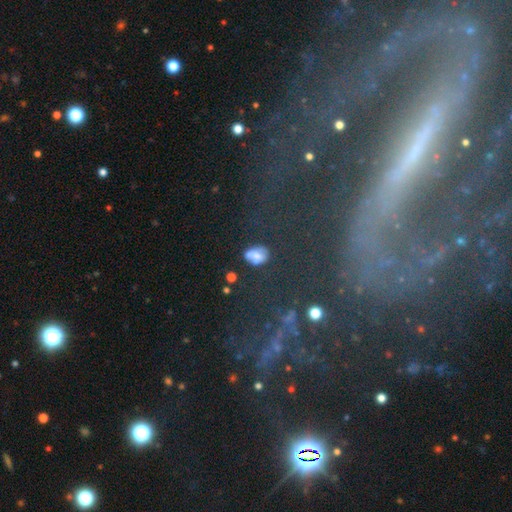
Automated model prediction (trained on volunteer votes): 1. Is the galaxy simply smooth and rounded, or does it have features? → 61% smooth, 22% featured or disk, 18% star or artifact.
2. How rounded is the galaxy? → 73% in between, 25% round, 2% cigar-shaped.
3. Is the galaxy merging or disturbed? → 47% none, 24% minor disturbance, 17% merger, 13% major disturbance.